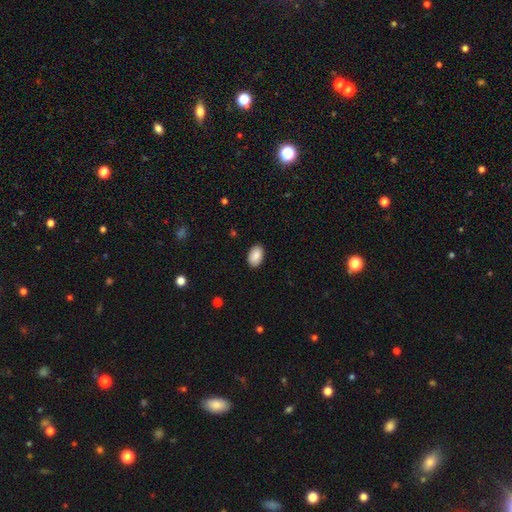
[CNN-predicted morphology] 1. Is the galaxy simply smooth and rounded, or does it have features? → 88% smooth, 7% star or artifact, 5% featured or disk.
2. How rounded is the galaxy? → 92% in between, 7% round, 1% cigar-shaped.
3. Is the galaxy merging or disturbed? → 88% none, 9% minor disturbance, 2% major disturbance, 1% merger.